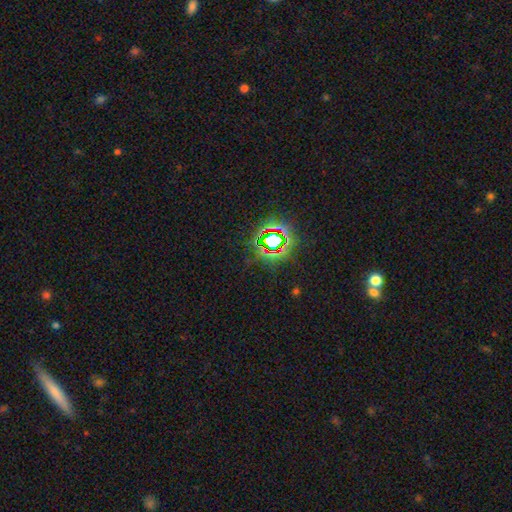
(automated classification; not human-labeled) This appears to be a star or artifact, not a galaxy (74%).